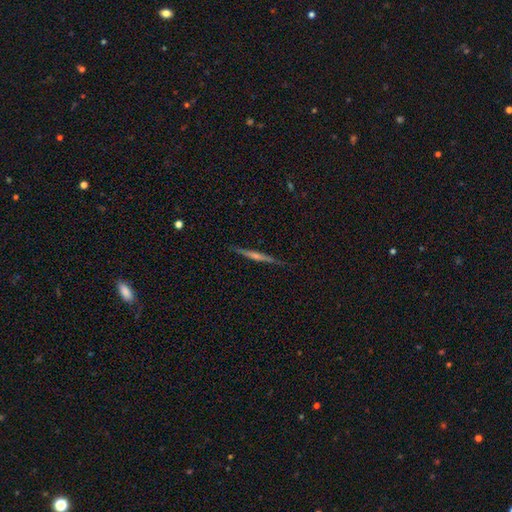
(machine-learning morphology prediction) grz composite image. It shows a featured or disk galaxy (72%) viewed edge-on (98%) with a rounded central bulge (62%). Merging: none (89%).